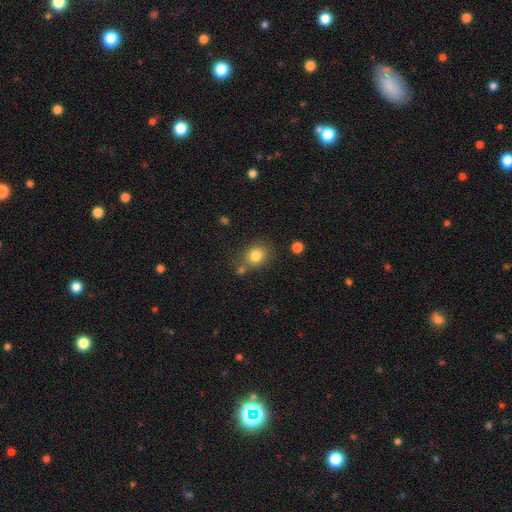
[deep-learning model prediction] Morphology: type=smooth (82%); roundness=round (63%); merging=none (68%).